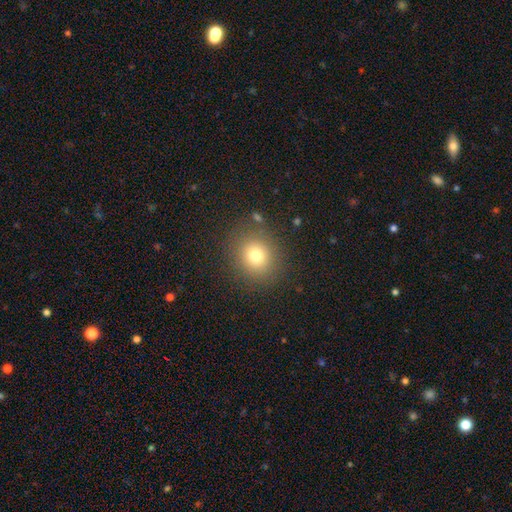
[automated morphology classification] Smooth or featured? smooth (74%)
How rounded? round (83%)
Merging? none (85%)